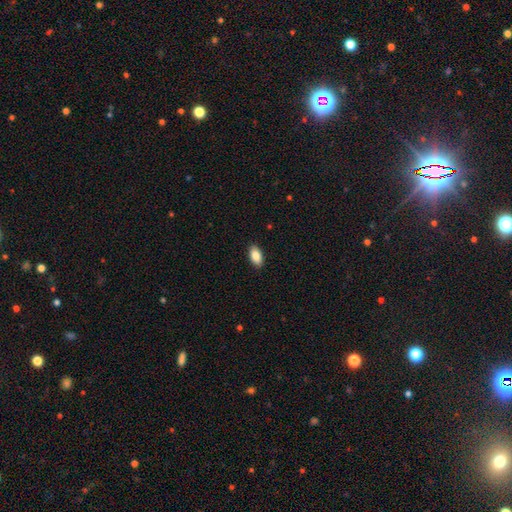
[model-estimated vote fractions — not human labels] Overall: smooth (87%). How rounded: in between (93%). Merging: none (90%).